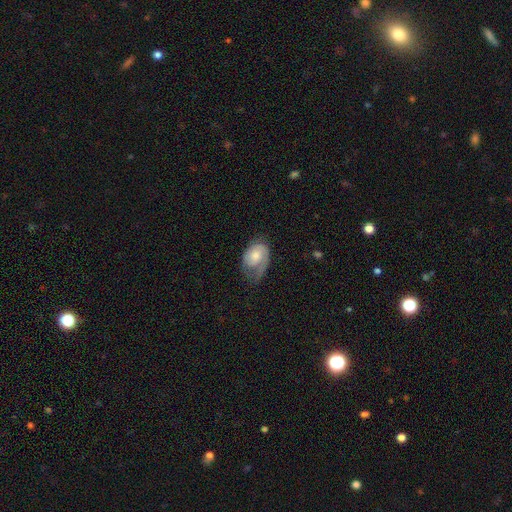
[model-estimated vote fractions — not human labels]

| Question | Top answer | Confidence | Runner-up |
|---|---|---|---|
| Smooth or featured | featured or disk | 57% | smooth (37%) |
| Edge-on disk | no | 96% | yes (4%) |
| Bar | no | 74% | weak (23%) |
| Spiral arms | yes | 86% | no (14%) |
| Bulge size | moderate | 53% | small (28%) |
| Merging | none | 41% | minor disturbance (31%) |